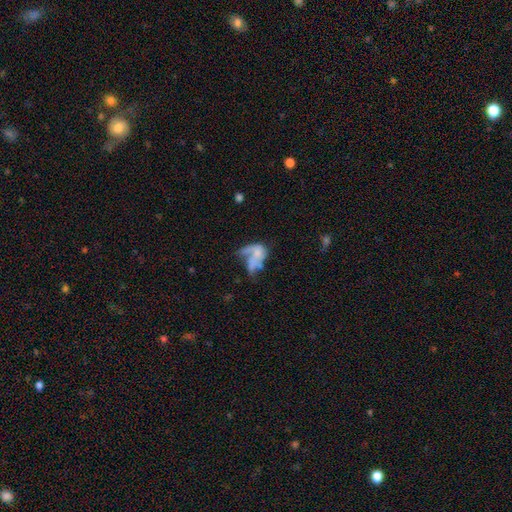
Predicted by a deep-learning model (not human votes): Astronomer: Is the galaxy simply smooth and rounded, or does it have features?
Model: featured or disk — 47% (runner-up: smooth, 41%).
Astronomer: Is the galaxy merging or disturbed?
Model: merger — 37% (runner-up: major disturbance, 34%).